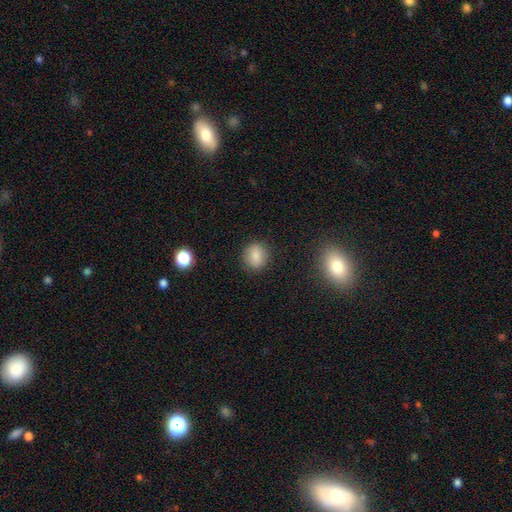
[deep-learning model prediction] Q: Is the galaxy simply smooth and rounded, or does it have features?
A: smooth — 83%.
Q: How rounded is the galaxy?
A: round — 73%.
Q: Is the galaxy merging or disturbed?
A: none — 87%.